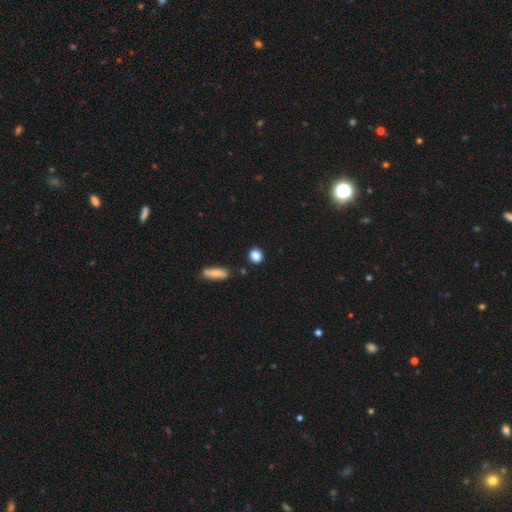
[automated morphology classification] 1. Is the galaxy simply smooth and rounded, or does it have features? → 87% smooth, 9% star or artifact, 4% featured or disk.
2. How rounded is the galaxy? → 77% round, 21% in between, 2% cigar-shaped.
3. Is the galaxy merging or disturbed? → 85% none, 9% minor disturbance, 4% merger, 3% major disturbance.